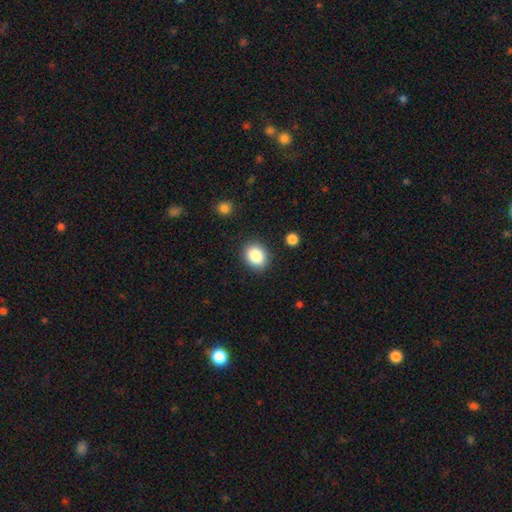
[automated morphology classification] This appears to be a smooth galaxy with no disk features (86%) that is round (57%). Merging: none (87%).